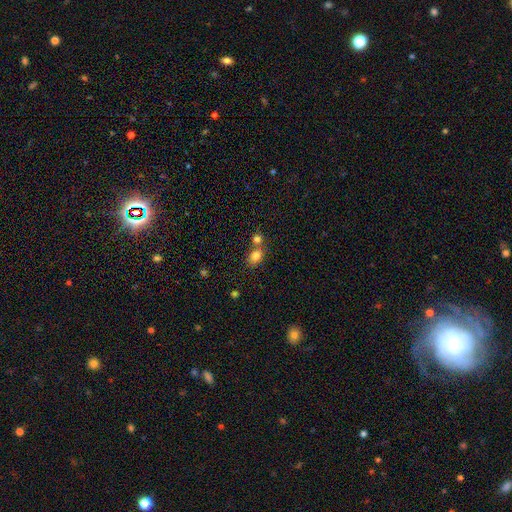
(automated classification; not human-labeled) This is clearly a smooth galaxy (81%). How rounded: likely in between (60%). Merging: possibly none (48%).